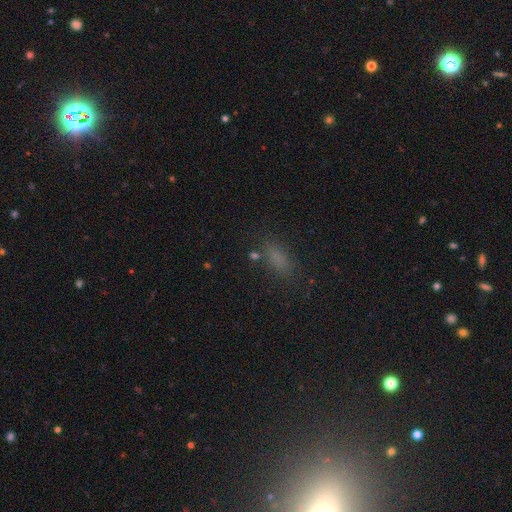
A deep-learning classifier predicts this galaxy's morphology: Q: Smooth or featured?
A: smooth (72%); runner-up: star or artifact (18%)
Q: How rounded?
A: in between (69%); runner-up: cigar-shaped (26%)
Q: Merging?
A: none (72%); runner-up: minor disturbance (16%)